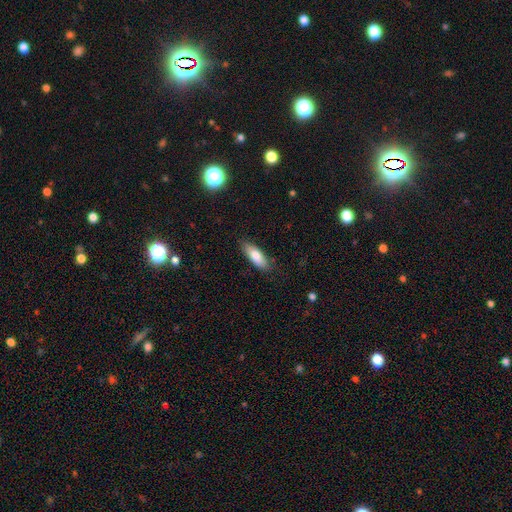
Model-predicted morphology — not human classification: The model was most divided on "how rounded": in between: 68%, cigar-shaped: 30%, round: 2%. More confident: merging — none (81%); smooth or featured — smooth (80%).